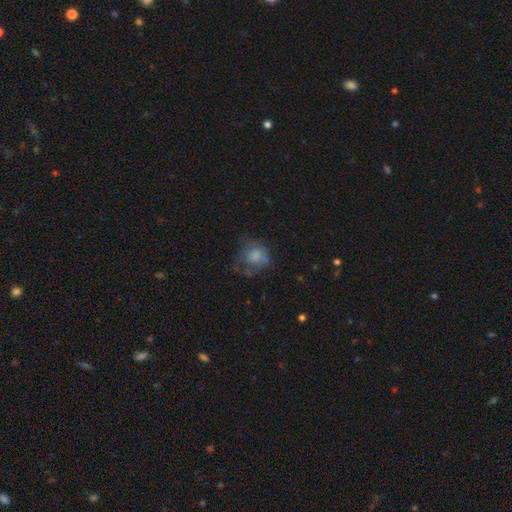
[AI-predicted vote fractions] This appears to be a smooth galaxy with no disk features (66%) that is round (70%). Merging: none (41%).